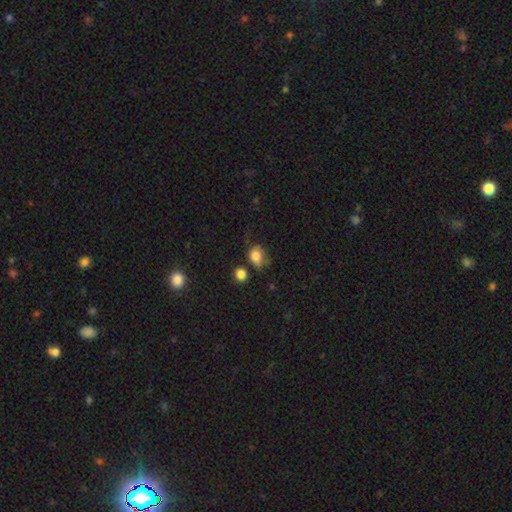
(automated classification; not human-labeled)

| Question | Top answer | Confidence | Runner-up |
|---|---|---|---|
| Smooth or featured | smooth | 80% | featured or disk (10%) |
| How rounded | round | 52% | in between (47%) |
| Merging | none | 43% | minor disturbance (33%) |